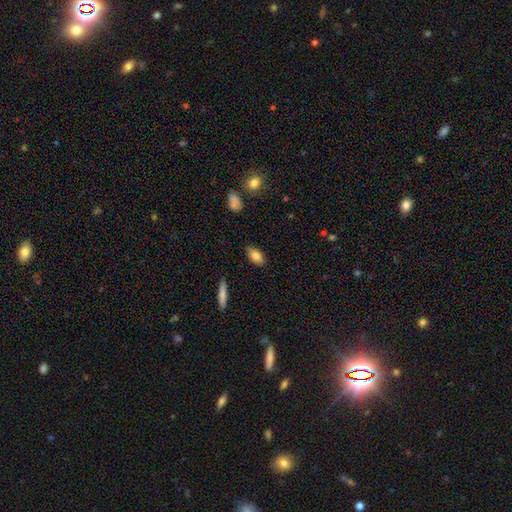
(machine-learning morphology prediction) smooth-or-featured: smooth: 81% | featured or disk: 11% | star or artifact: 7%
  how-rounded: in between: 89% | cigar-shaped: 7% | round: 4%
  merging: none: 85% | minor disturbance: 11% | major disturbance: 2% | merger: 1%